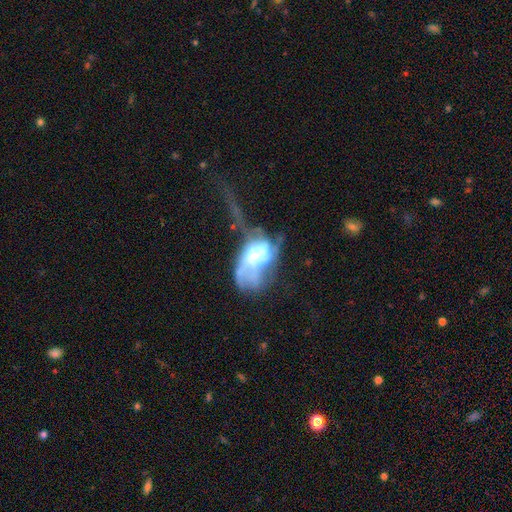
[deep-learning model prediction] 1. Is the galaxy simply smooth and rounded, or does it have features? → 58% featured or disk, 33% smooth, 9% star or artifact.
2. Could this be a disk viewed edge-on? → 95% no, 5% yes.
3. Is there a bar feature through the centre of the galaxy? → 72% no, 21% weak, 7% strong.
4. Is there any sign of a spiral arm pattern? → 64% no, 36% yes.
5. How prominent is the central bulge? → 44% moderate, 30% large, 14% small, 6% dominant, 6% none.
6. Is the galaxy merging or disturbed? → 58% major disturbance, 18% merger, 12% none, 12% minor disturbance.